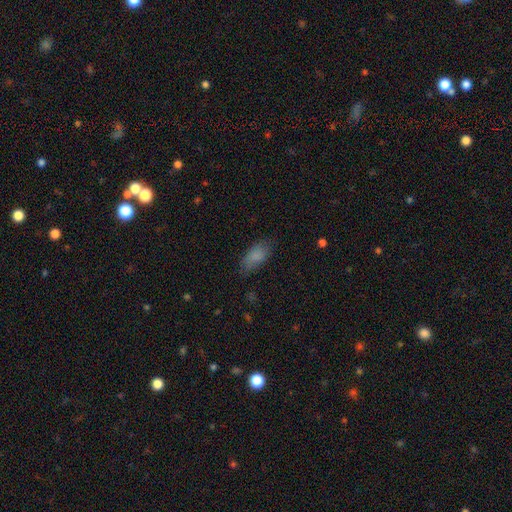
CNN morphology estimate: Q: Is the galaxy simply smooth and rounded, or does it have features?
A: smooth — 84%.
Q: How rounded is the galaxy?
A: in between — 88%.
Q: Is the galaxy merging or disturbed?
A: none — 71%.